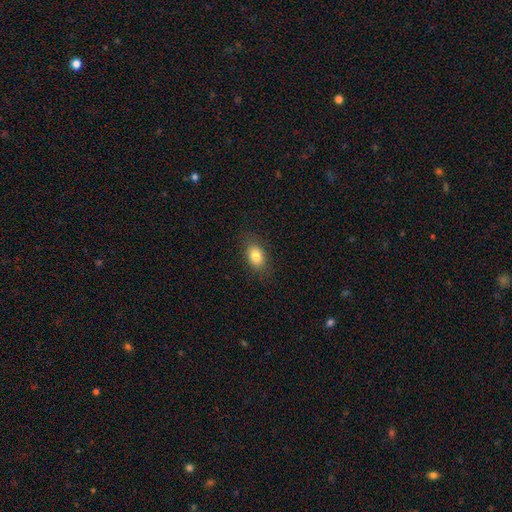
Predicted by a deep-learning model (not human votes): smooth 82%, featured or disk 10%, star or artifact 9%. Down the decision tree: how rounded — in between (83%); merging — none (85%).